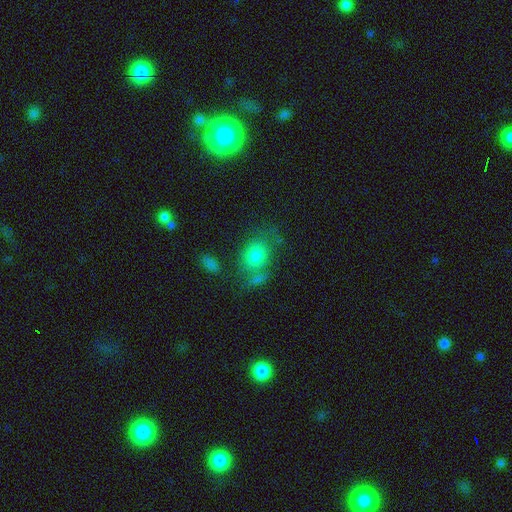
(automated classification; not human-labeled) Smooth or featured: smooth — 79% (featured or disk — 12%)
How rounded: in between — 65% (round — 34%)
Merging: none — 52% (minor disturbance — 19%)